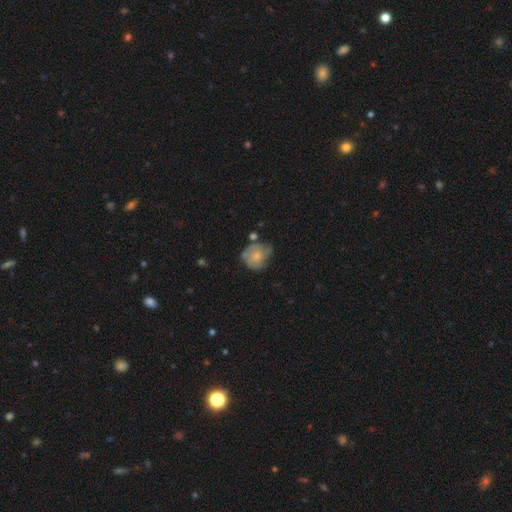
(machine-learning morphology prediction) Smooth or featured?
  - smooth: 50% *
  - featured or disk: 43%
  - star or artifact: 8%
Merging?
  - none: 46% *
  - minor disturbance: 33%
  - major disturbance: 15%
  - merger: 6%